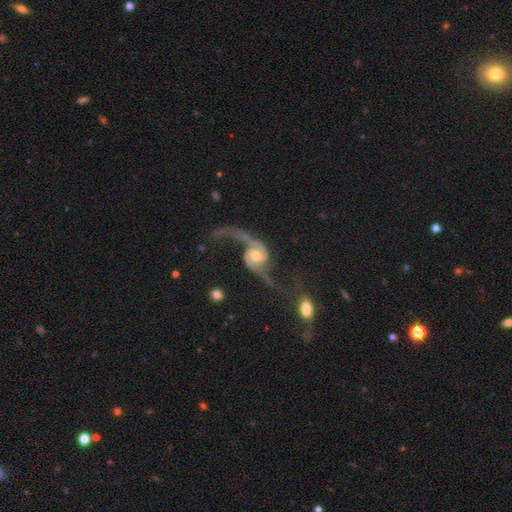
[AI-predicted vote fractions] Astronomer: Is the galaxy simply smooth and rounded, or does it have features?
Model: featured or disk — 91%.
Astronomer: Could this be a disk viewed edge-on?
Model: no — 97%.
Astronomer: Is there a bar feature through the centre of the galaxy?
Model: no — 55% (runner-up: weak, 34%).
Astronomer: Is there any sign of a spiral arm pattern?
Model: yes — 97%.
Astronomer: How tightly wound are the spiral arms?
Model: loose — 82%.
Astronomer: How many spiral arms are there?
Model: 2 — 93%.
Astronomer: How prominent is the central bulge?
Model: moderate — 62%.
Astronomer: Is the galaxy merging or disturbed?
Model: none — 52%.